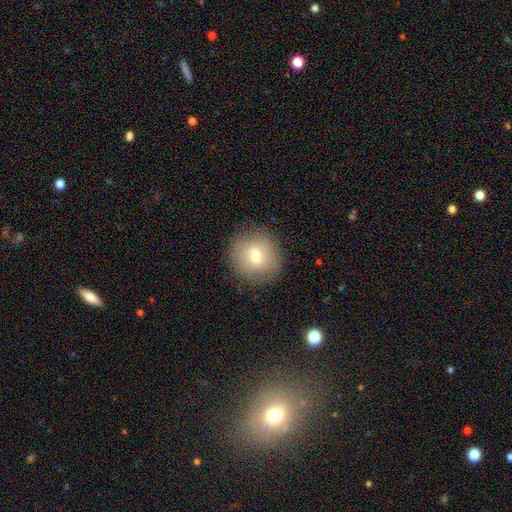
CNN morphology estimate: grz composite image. It shows a smooth galaxy with no disk features (69%) that is round (89%). Merging: none (86%).